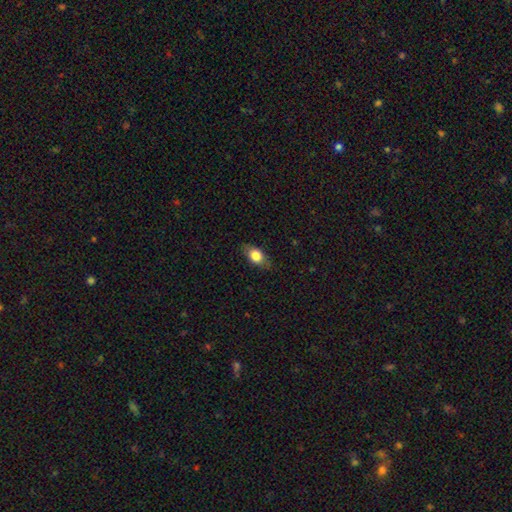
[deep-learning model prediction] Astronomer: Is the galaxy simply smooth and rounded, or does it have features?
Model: smooth — 77%.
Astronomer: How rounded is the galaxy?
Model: in between — 81%.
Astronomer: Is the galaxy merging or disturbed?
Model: none — 79%.